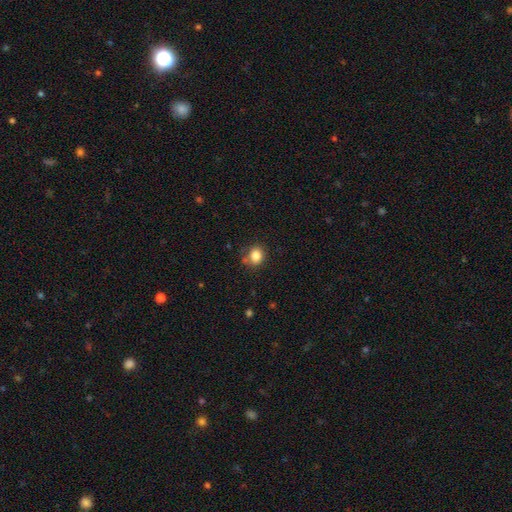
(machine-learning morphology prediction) Q: Smooth or featured?
A: smooth (83%); runner-up: star or artifact (11%)
Q: How rounded?
A: round (72%); runner-up: in between (27%)
Q: Merging?
A: none (73%); runner-up: minor disturbance (17%)